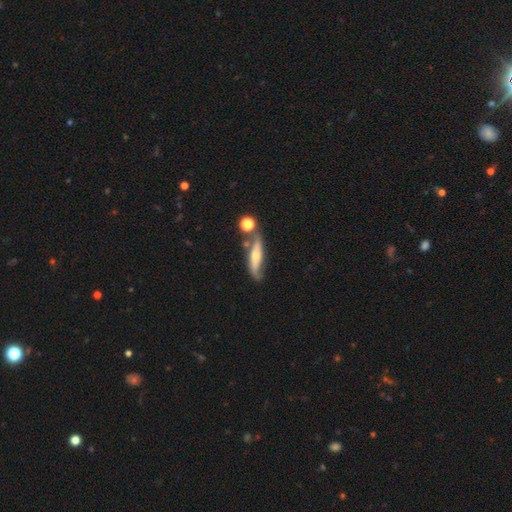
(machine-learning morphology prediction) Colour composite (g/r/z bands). It shows a featured or disk galaxy (65%). Merging: none (55%).